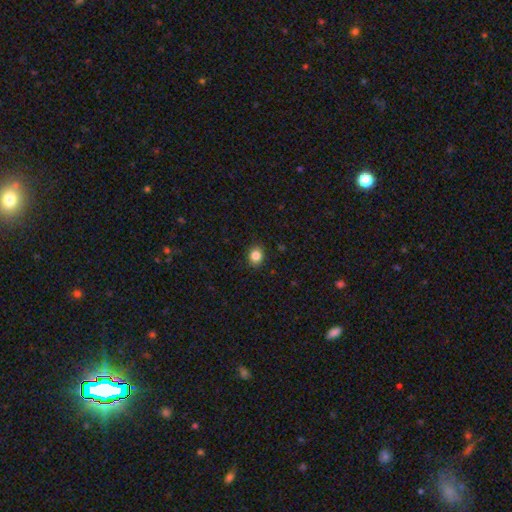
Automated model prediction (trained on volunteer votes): This is clearly a smooth galaxy (85%). How rounded: likely round (66%). Merging: clearly none (90%).